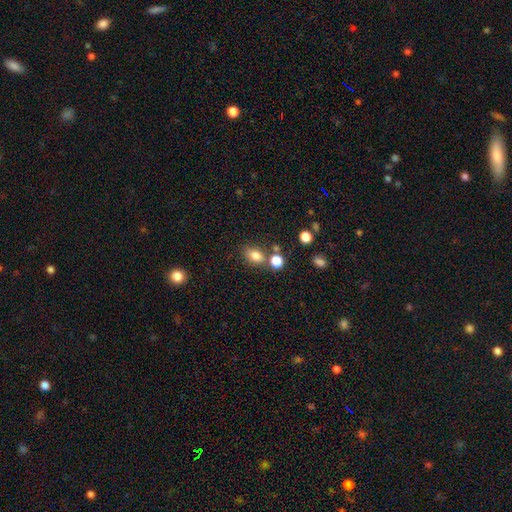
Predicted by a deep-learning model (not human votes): Smooth or featured? Predicted: smooth (p=0.80). How rounded? Predicted: in between (p=0.68). Merging? Predicted: none (p=0.67).